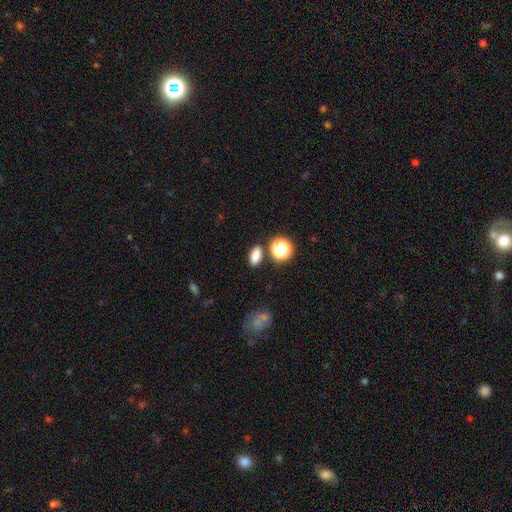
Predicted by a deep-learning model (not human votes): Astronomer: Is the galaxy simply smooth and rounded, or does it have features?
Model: smooth — 81%.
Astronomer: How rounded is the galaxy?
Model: in between — 82%.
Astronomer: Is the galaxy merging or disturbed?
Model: none — 83%.